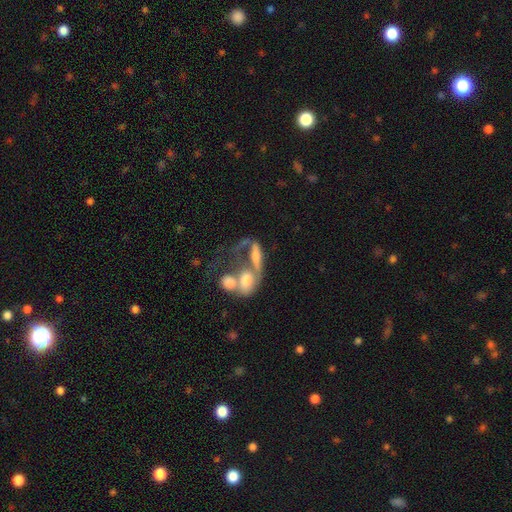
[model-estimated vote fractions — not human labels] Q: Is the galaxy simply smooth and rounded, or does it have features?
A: smooth — 46%.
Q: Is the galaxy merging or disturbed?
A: merger — 59%.